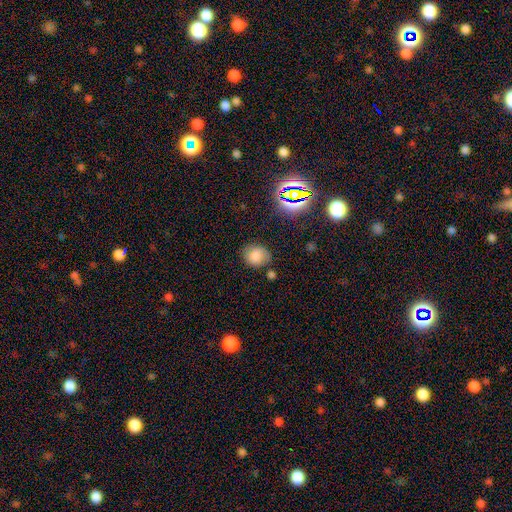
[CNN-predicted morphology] type=smooth (77%); roundness=round (64%); merging=none (72%).